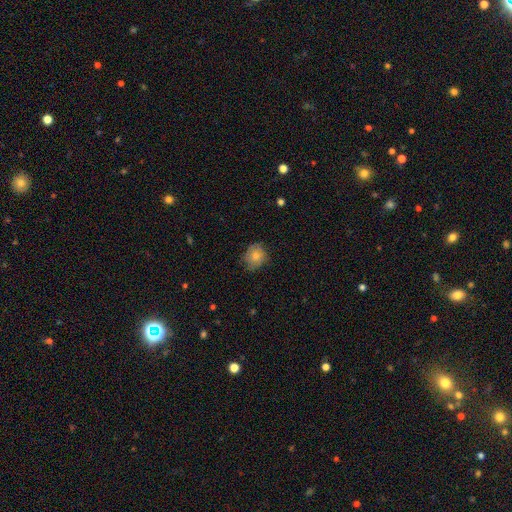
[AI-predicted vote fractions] This appears to be a smooth galaxy with no disk features (65%) that is round (78%). Merging: none (76%).